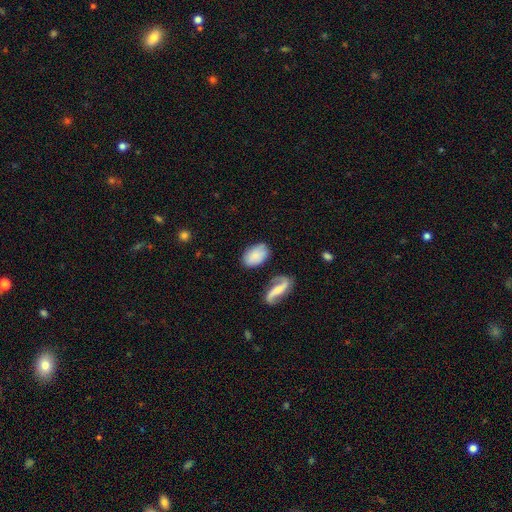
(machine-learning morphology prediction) type=smooth (68%); roundness=in between (90%); merging=none (66%).